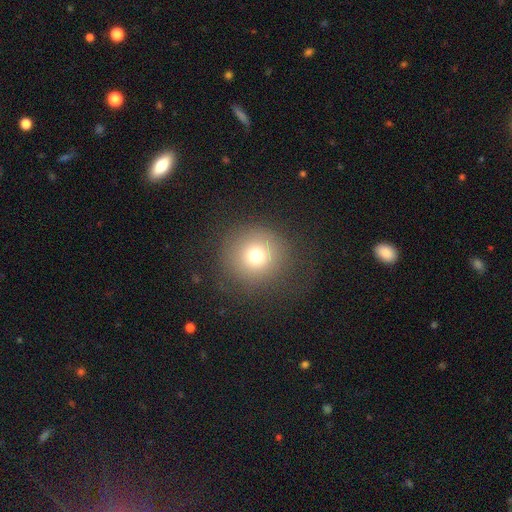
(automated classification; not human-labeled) Smooth or featured: smooth — 73% (star or artifact — 16%)
How rounded: round — 94% (in between — 5%)
Merging: none — 82% (minor disturbance — 9%)